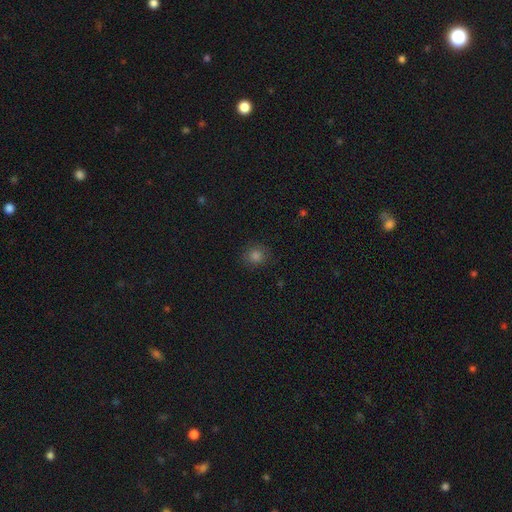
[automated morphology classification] This appears to be a smooth galaxy with no disk features (78%) that is round (86%). Merging: none (88%).